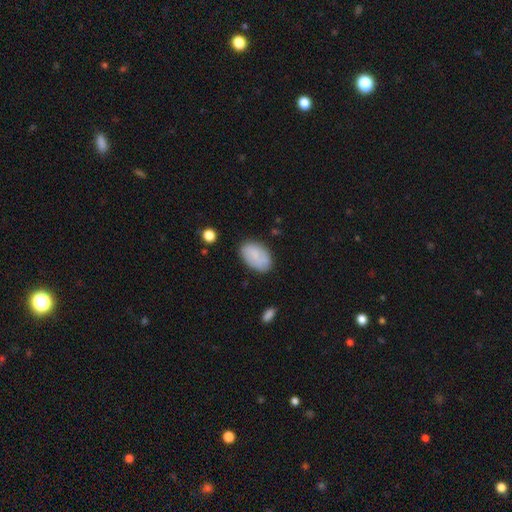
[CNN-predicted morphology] Overall: smooth (76%). How rounded: in between (92%). Merging: none (79%).